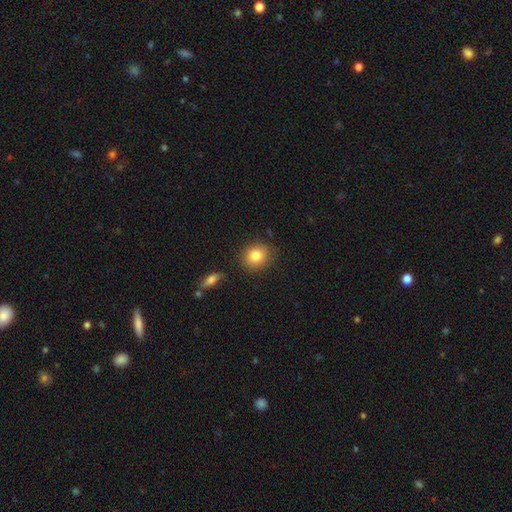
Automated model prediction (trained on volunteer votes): This appears to be a smooth galaxy with no disk features (82%) that is round (77%). Merging: none (83%).